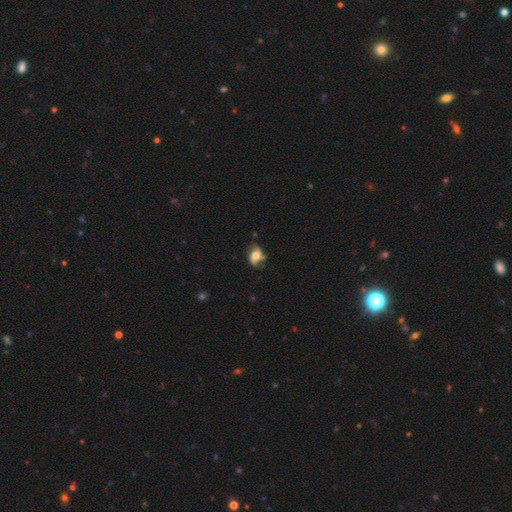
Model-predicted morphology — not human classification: Smooth or featured: featured or disk — 51% (smooth — 39%)
Edge-on disk: no — 95% (yes — 5%)
Merging: none — 60% (minor disturbance — 24%)